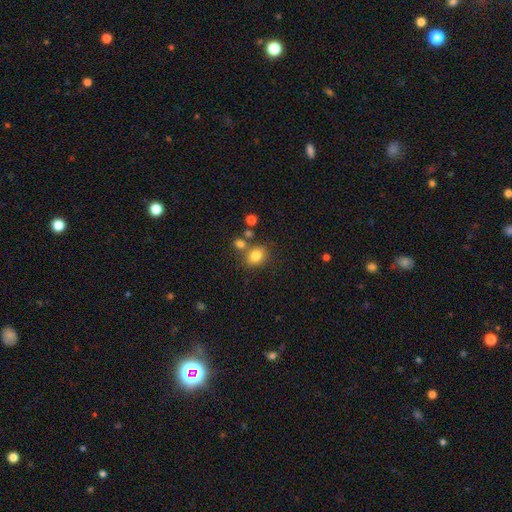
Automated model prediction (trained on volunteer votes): Q: Smooth or featured?
A: smooth (80%); runner-up: star or artifact (12%)
Q: How rounded?
A: in between (55%); runner-up: round (44%)
Q: Merging?
A: none (65%); runner-up: merger (17%)